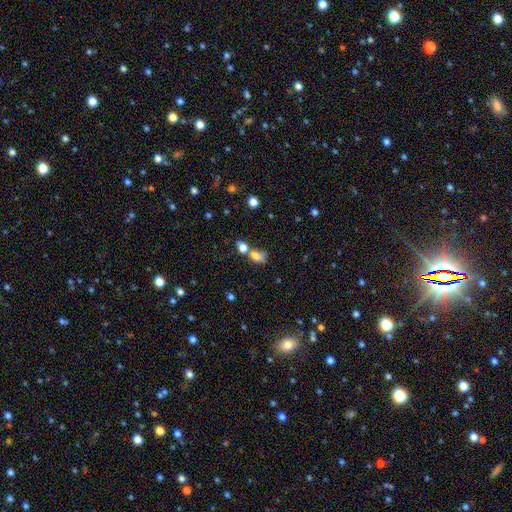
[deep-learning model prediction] Smooth or featured? smooth (76%)
How rounded? in between (73%)
Merging? merger (48%)